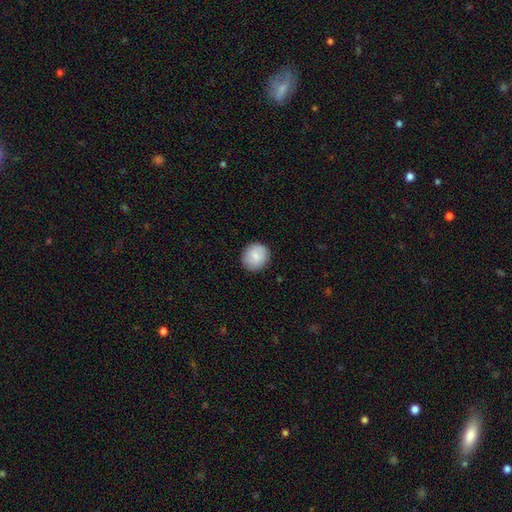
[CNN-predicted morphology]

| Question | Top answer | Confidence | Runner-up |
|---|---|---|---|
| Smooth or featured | smooth | 81% | featured or disk (12%) |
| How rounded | round | 85% | in between (14%) |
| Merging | none | 87% | minor disturbance (10%) |